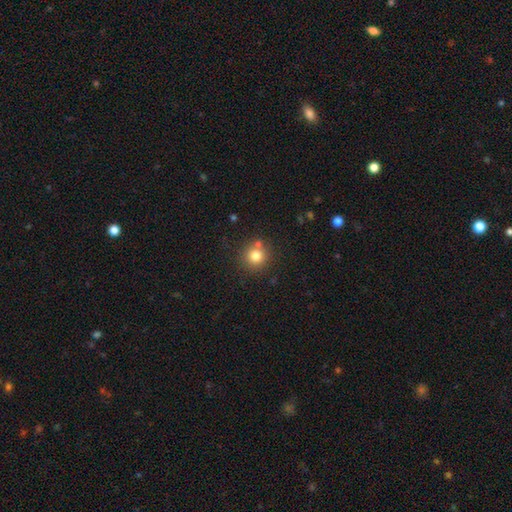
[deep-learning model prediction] Smooth or featured: smooth — 79% (star or artifact — 13%)
How rounded: round — 93% (in between — 6%)
Merging: none — 76% (merger — 12%)